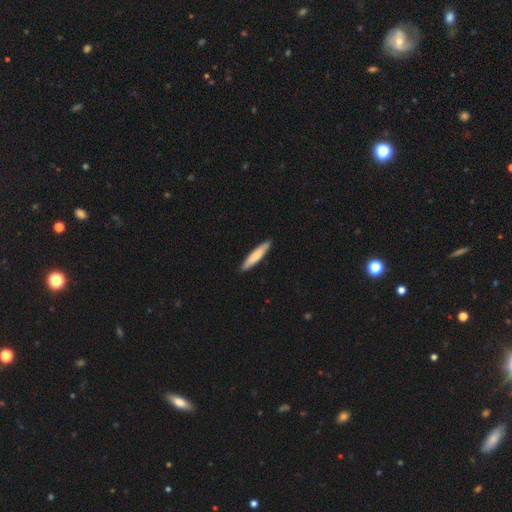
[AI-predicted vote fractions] The model was most divided on "smooth or featured": smooth: 76%, featured or disk: 20%, star or artifact: 5%. More confident: merging — none (91%); how rounded — cigar-shaped (88%).